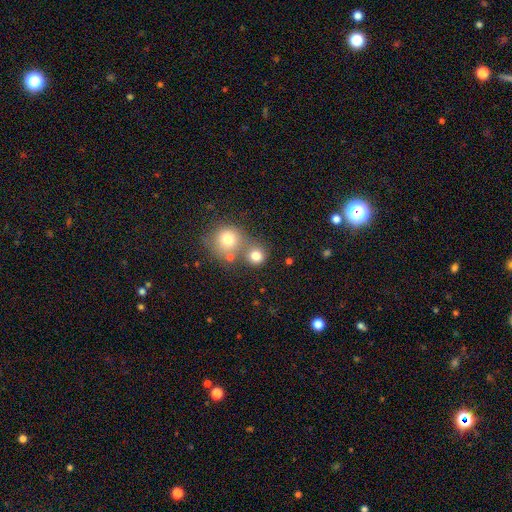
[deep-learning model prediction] Smooth or featured: smooth — 78% (star or artifact — 13%)
How rounded: round — 89% (in between — 10%)
Merging: none — 57% (merger — 31%)